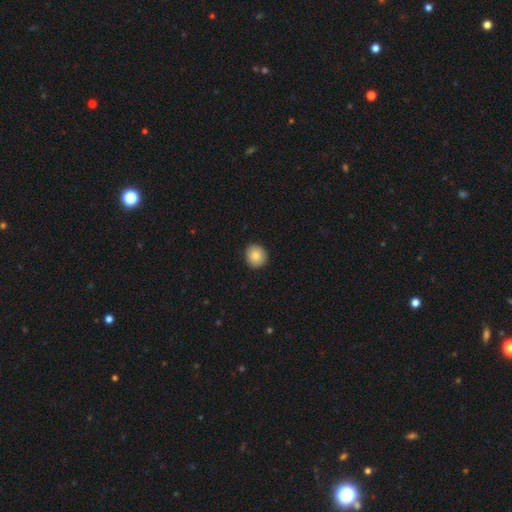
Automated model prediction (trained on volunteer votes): smooth_or_featured: smooth (p=0.83) [alt: featured or disk p=0.09]
how_rounded: round (p=0.88) [alt: in between p=0.11]
merging: none (p=0.89) [alt: minor disturbance p=0.08]